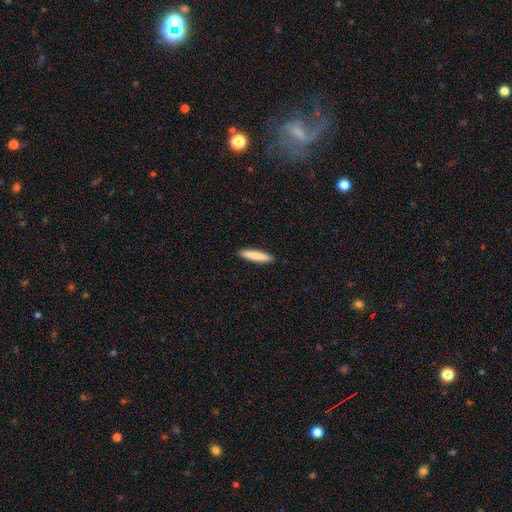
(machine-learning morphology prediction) This is clearly a smooth galaxy (83%). How rounded: clearly cigar-shaped (91%). Merging: clearly none (92%).